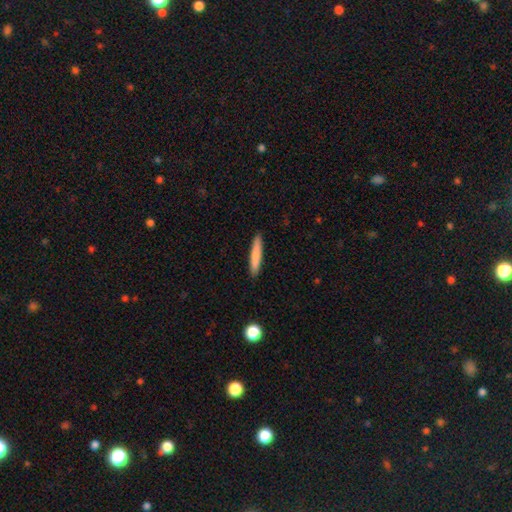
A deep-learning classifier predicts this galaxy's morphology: Smooth or featured: smooth — 81% (featured or disk — 13%)
How rounded: cigar-shaped — 92% (in between — 6%)
Merging: none — 91% (minor disturbance — 7%)